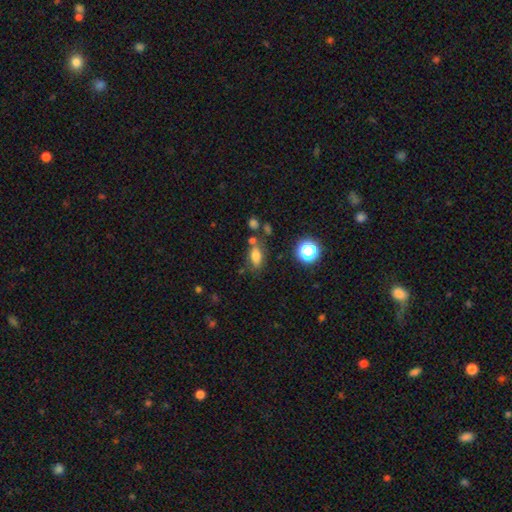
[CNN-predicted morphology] smooth-or-featured: smooth: 76% | star or artifact: 14% | featured or disk: 11%
  how-rounded: in between: 79% | round: 12% | cigar-shaped: 9%
  merging: none: 68% | minor disturbance: 16% | merger: 12% | major disturbance: 5%